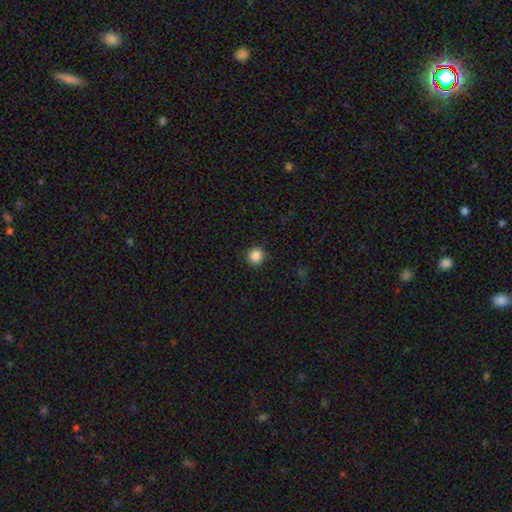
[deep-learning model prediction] This is clearly a smooth galaxy (87%). How rounded: clearly round (95%). Merging: clearly none (92%).